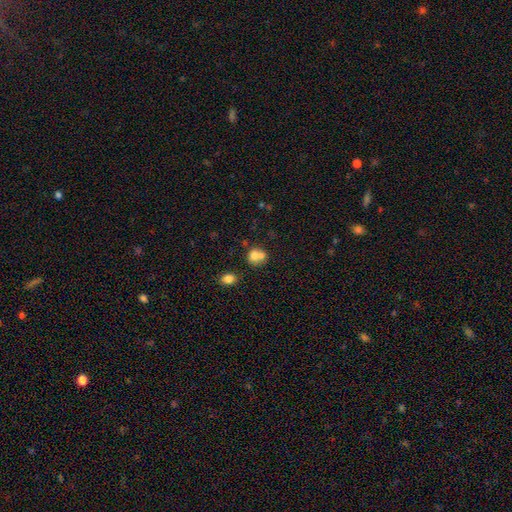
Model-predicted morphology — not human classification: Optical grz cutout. It shows a smooth galaxy with no disk features (71%) that is round (72%). Merging: merger (55%).